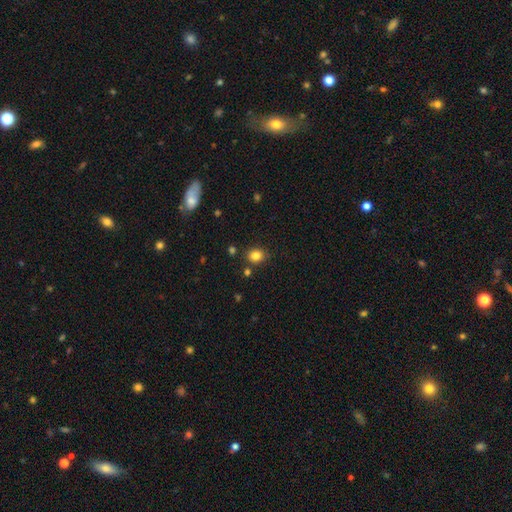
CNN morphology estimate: Smooth or featured? smooth (82%)
How rounded? round (59%)
Merging? none (82%)